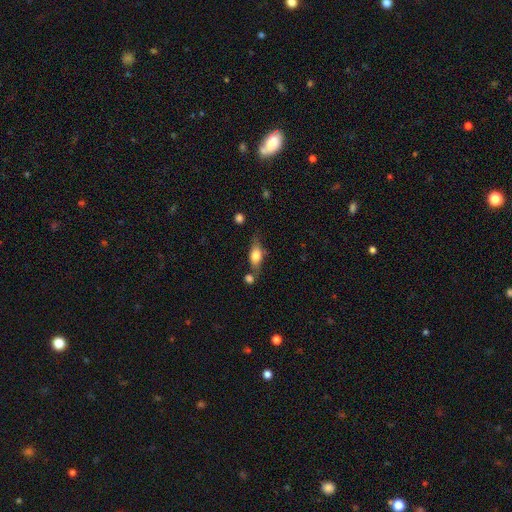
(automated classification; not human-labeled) A smooth galaxy with no disk features (64%) that is in between round and cigar-shaped (74%).

Vote fractions:
- Smooth or featured? smooth: 64% / featured or disk: 28% / star or artifact: 8%
- How rounded? in between: 74% / cigar-shaped: 18% / round: 8%
- Merging? none: 56% / minor disturbance: 21% / merger: 16% / major disturbance: 8%